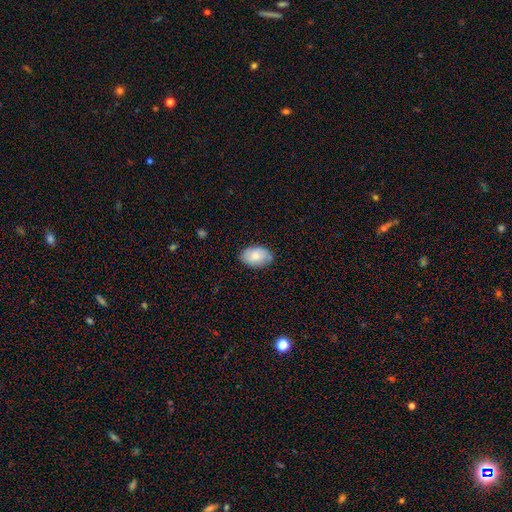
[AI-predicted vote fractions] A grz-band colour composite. It shows a smooth galaxy with no disk features (76%) that is in between round and cigar-shaped (90%). Merging: none (80%).